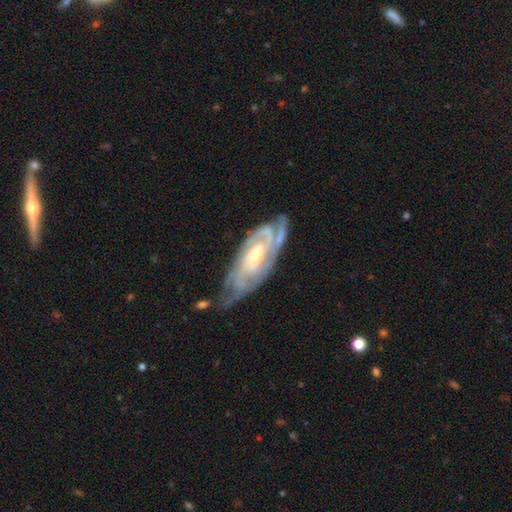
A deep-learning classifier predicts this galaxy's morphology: type=featured or disk (85%); edge-on=no (90%); bar=no (53%); spiral arms=yes (95%); winding=tight (68%); arm count=can't tell (36%); bulge=moderate (52%); merging=none (62%).